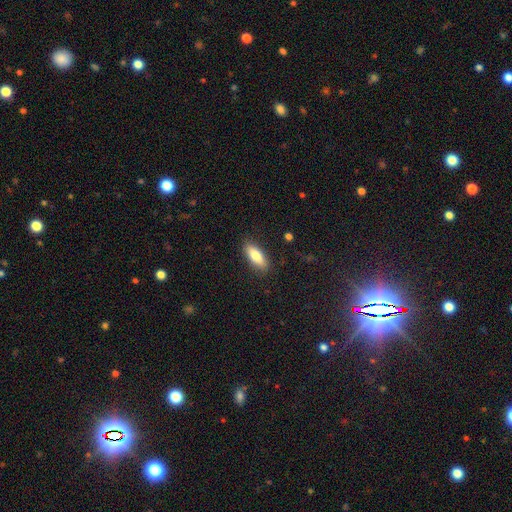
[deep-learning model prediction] Morphology: type=smooth (80%); roundness=in between (71%); merging=none (87%).